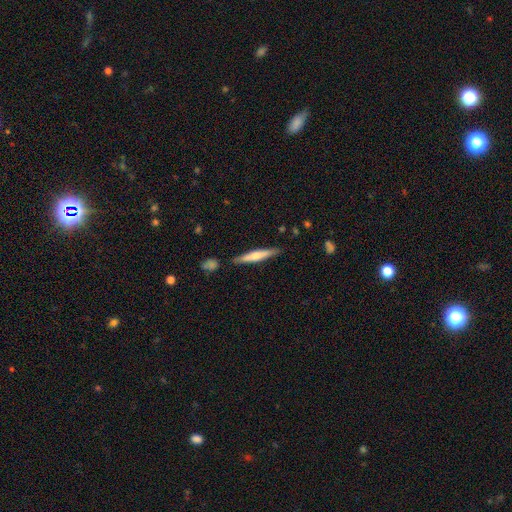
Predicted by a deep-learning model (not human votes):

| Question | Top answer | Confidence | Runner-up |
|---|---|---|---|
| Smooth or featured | smooth | 51% | featured or disk (44%) |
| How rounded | cigar-shaped | 92% | in between (7%) |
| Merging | none | 85% | minor disturbance (10%) |